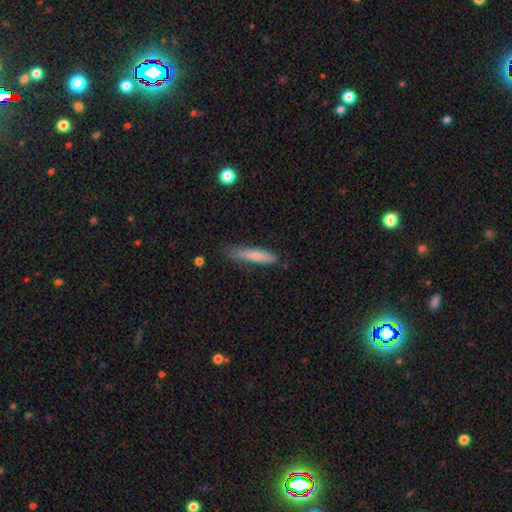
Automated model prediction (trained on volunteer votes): Smooth or featured?
  - smooth: 75% *
  - featured or disk: 18%
  - star or artifact: 6%
How rounded?
  - cigar-shaped: 87% *
  - in between: 11%
  - round: 1%
Merging?
  - none: 73% *
  - minor disturbance: 21%
  - major disturbance: 4%
  - merger: 2%